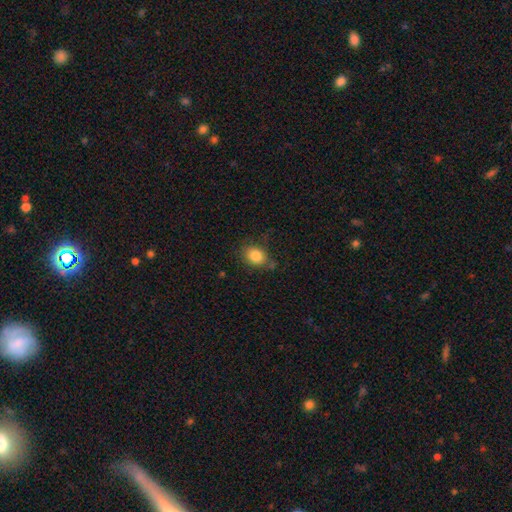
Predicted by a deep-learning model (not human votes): Morphology: type=smooth (84%); roundness=in between (52%); merging=none (71%).